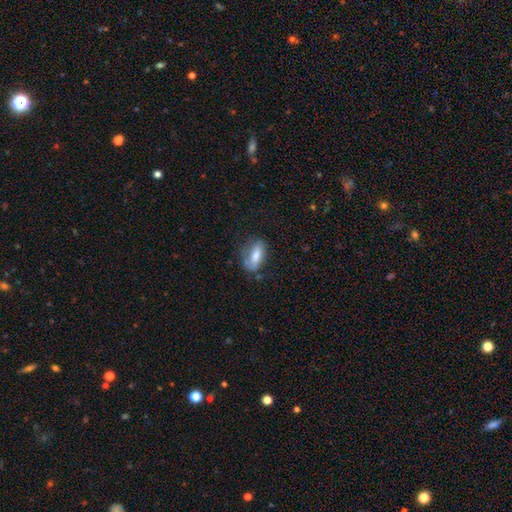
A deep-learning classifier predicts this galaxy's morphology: smooth 67%, featured or disk 25%, star or artifact 7%. Down the decision tree: how rounded — in between (83%); merging — none (61%).